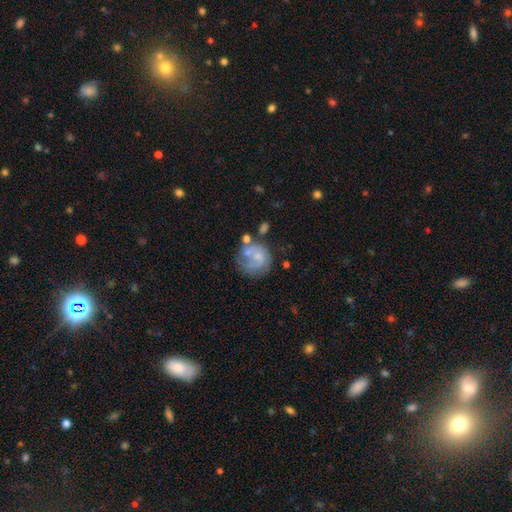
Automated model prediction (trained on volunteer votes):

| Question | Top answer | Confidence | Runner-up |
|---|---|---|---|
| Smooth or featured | featured or disk | 49% | smooth (42%) |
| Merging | none | 41% | major disturbance (23%) |